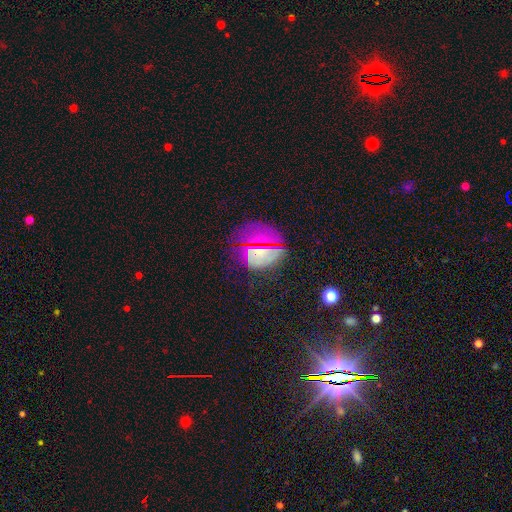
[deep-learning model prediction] Smooth or featured? Predicted: smooth (p=0.46). Merging? Predicted: none (p=0.57).